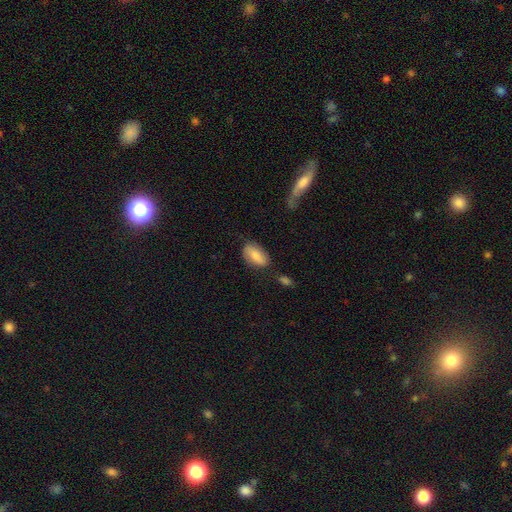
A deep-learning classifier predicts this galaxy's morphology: This appears to be a smooth galaxy with no disk features (77%) that is in between round and cigar-shaped (91%). Merging: none (69%).